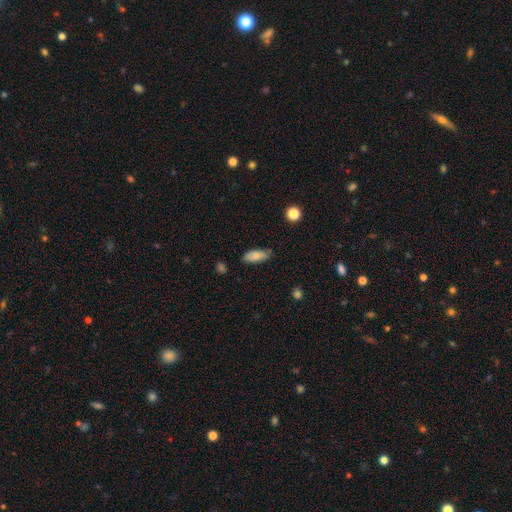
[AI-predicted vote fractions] smooth_or_featured: smooth (p=0.81) [alt: featured or disk p=0.12]
how_rounded: in between (p=0.83) [alt: cigar-shaped p=0.15]
merging: none (p=0.77) [alt: minor disturbance p=0.18]